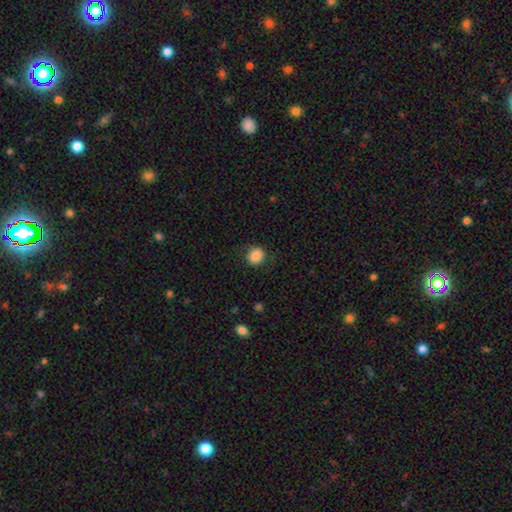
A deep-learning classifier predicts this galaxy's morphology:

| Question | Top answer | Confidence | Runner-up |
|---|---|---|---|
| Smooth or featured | smooth | 85% | star or artifact (9%) |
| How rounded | round | 79% | in between (20%) |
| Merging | none | 83% | minor disturbance (12%) |